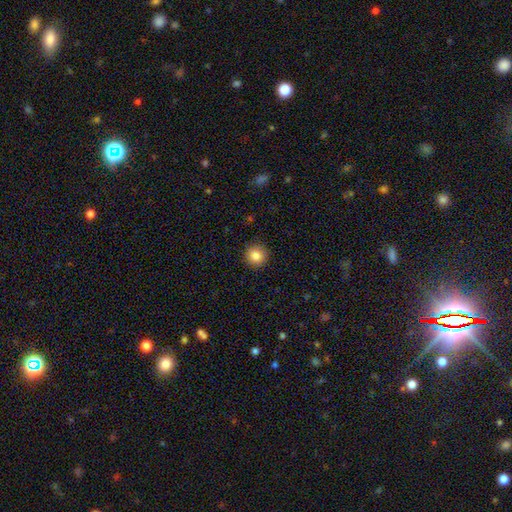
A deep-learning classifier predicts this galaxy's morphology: Q: Smooth or featured?
A: smooth (85%); runner-up: star or artifact (10%)
Q: How rounded?
A: round (94%); runner-up: in between (5%)
Q: Merging?
A: none (91%); runner-up: minor disturbance (6%)